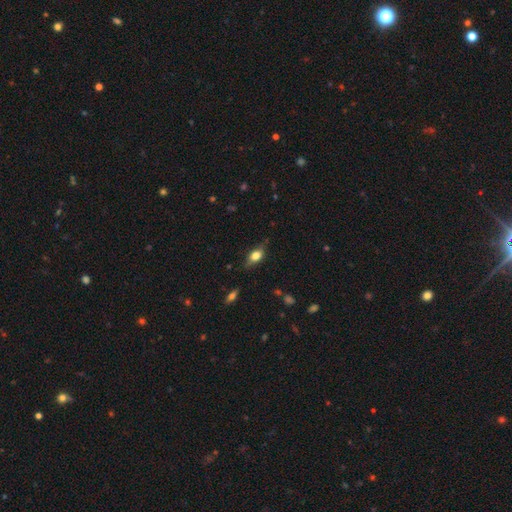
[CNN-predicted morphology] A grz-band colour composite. It shows a smooth galaxy with no disk features (68%) that is in between round and cigar-shaped (79%). Merging: none (71%).